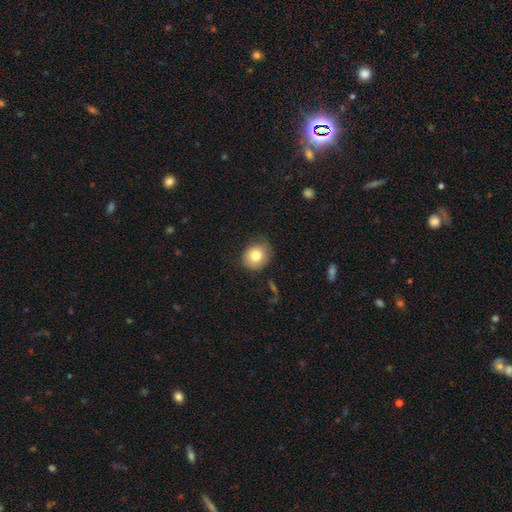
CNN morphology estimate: A smooth galaxy with no disk features (79%) that is round (78%). Merging: none (74%).